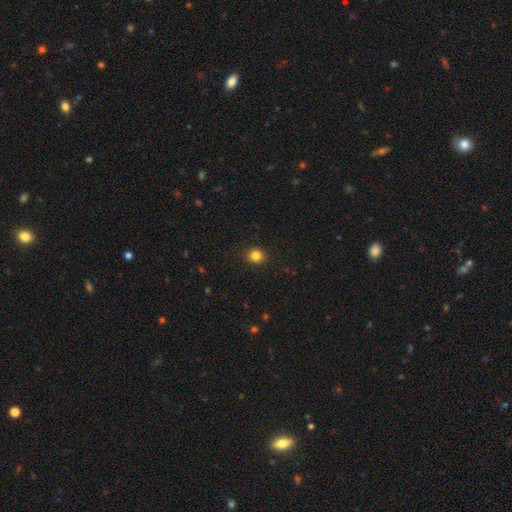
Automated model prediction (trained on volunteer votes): Smooth or featured: smooth — 83% (star or artifact — 12%)
How rounded: round — 83% (in between — 16%)
Merging: none — 90% (minor disturbance — 7%)